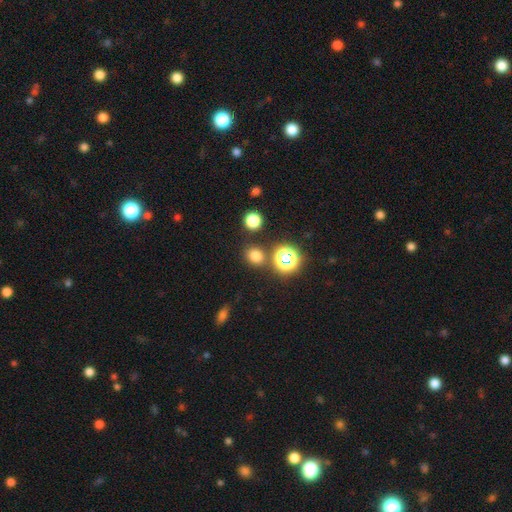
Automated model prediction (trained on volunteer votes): Morphology: type=smooth (72%); roundness=round (79%); merging=none (82%).